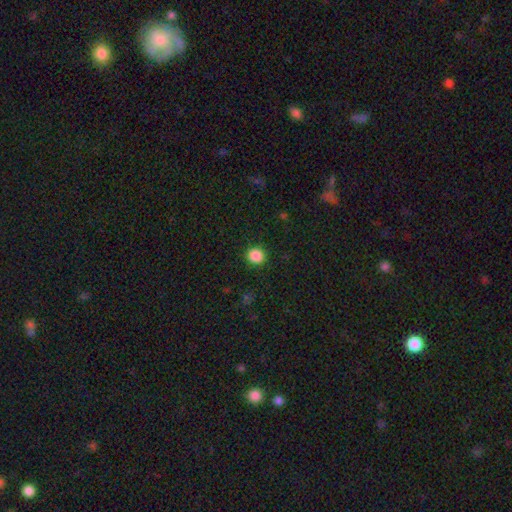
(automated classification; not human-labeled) The model was most divided on "smooth or featured": smooth: 87%, star or artifact: 10%, featured or disk: 3%. More confident: merging — none (91%); how rounded — round (89%).